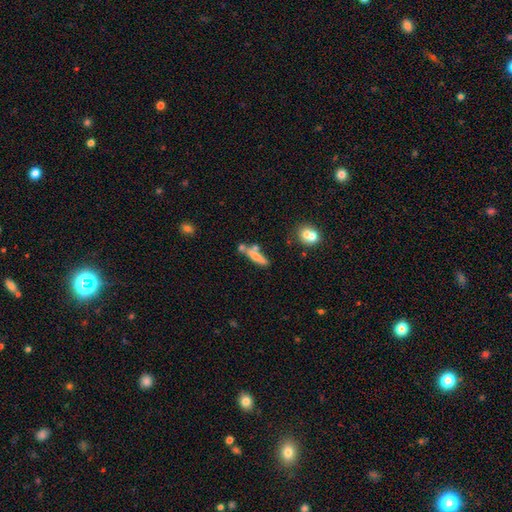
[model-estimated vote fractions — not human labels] Smooth or featured? Predicted: smooth (p=0.65). How rounded? Predicted: cigar-shaped (p=0.80). Merging? Predicted: none (p=0.50).